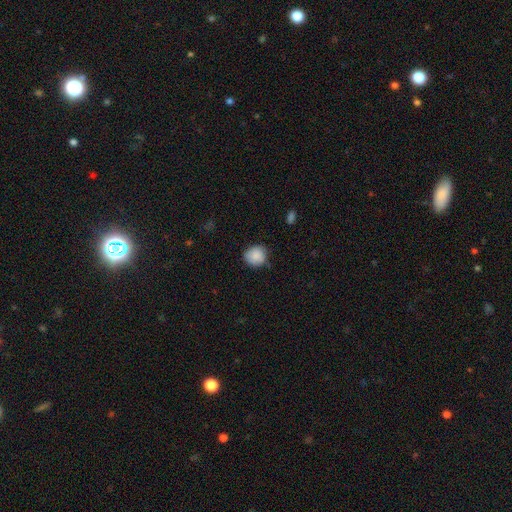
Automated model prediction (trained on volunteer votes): Smooth or featured?
  - smooth: 87% *
  - star or artifact: 7%
  - featured or disk: 6%
How rounded?
  - round: 84% *
  - in between: 15%
  - cigar-shaped: 1%
Merging?
  - none: 74% *
  - minor disturbance: 21%
  - major disturbance: 4%
  - merger: 2%